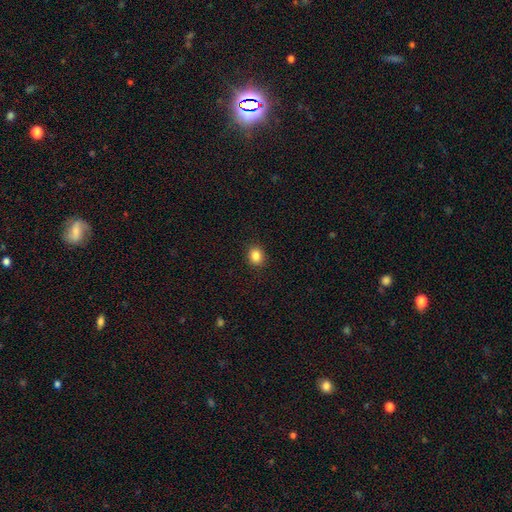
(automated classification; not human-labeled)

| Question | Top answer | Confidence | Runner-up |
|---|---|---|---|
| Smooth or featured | smooth | 86% | star or artifact (10%) |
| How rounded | round | 62% | in between (37%) |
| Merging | none | 90% | minor disturbance (7%) |